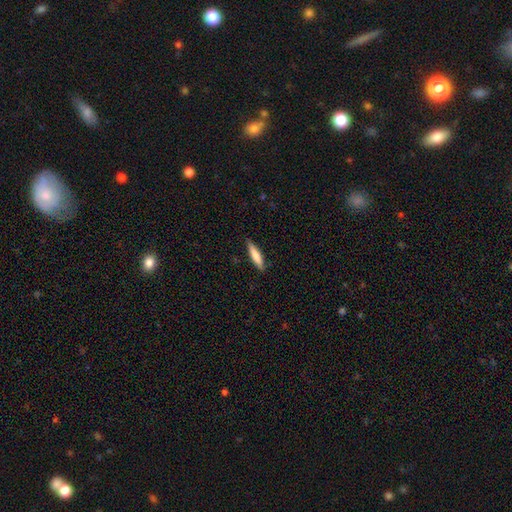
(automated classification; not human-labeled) This appears to be a smooth galaxy with no disk features (76%) that is cigar-shaped (82%). Merging: none (86%).